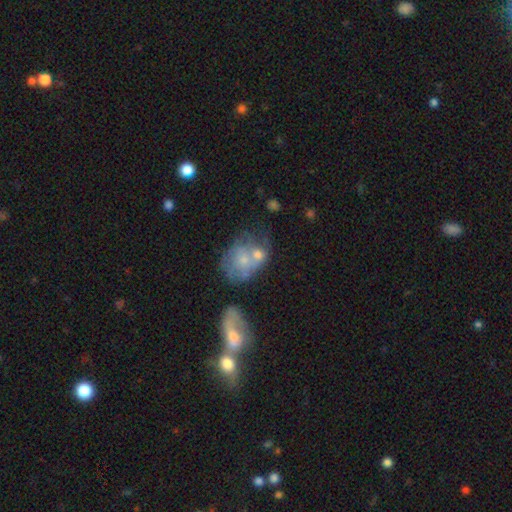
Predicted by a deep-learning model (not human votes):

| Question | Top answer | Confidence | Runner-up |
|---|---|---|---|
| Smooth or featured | featured or disk | 46% | smooth (41%) |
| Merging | merger | 45% | none (25%) |